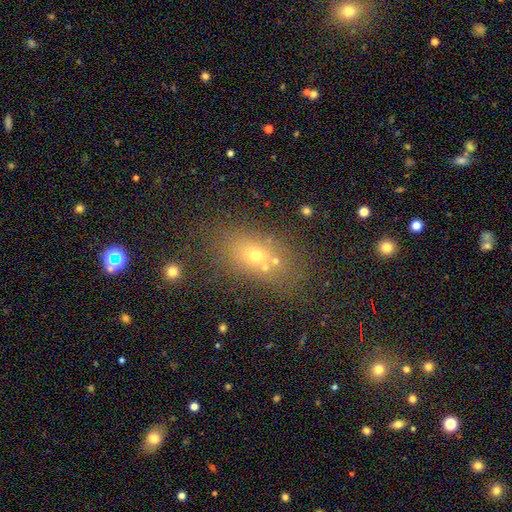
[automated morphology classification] A smooth galaxy with no disk features (60%) that is in between round and cigar-shaped (68%).

Vote fractions:
- Smooth or featured? smooth: 60% / star or artifact: 20% / featured or disk: 20%
- How rounded? in between: 68% / round: 27% / cigar-shaped: 5%
- Merging? none: 61% / merger: 20% / minor disturbance: 13% / major disturbance: 6%